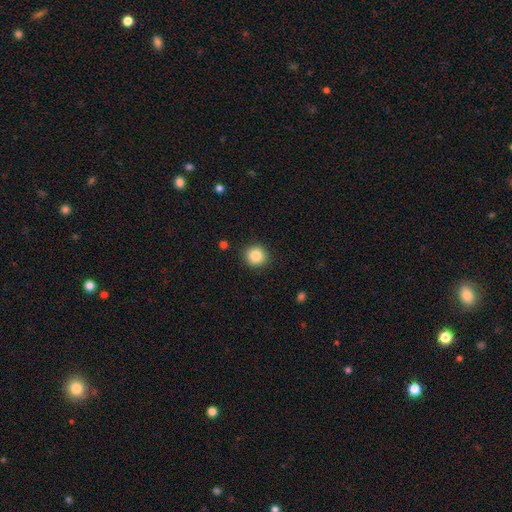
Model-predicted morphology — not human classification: This is clearly a smooth galaxy (85%). How rounded: clearly round (90%). Merging: clearly none (90%).